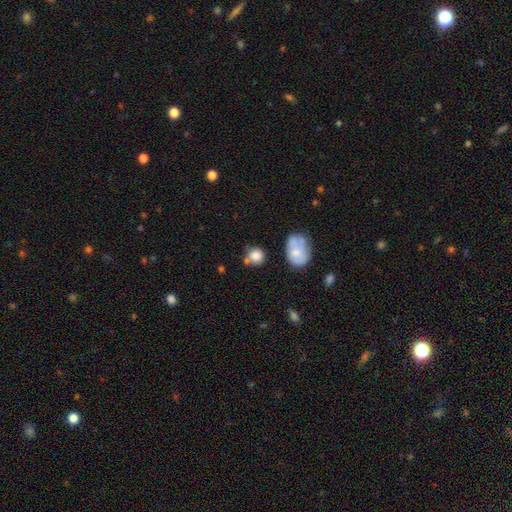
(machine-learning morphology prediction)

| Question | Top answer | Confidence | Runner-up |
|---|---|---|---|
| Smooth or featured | smooth | 80% | featured or disk (11%) |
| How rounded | round | 82% | in between (16%) |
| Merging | none | 58% | minor disturbance (19%) |